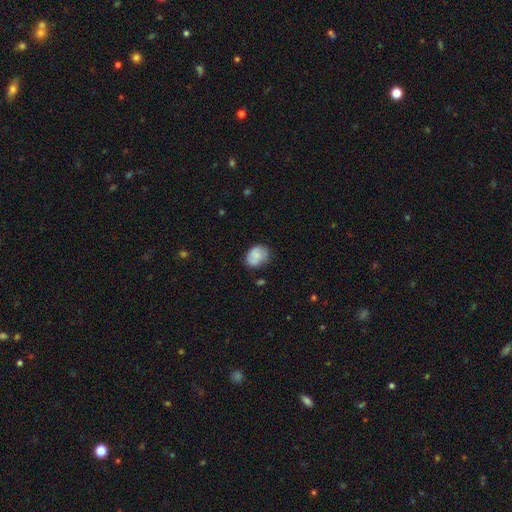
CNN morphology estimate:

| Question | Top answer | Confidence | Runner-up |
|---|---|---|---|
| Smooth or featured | smooth | 75% | featured or disk (17%) |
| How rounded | in between | 64% | round (35%) |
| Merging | none | 63% | minor disturbance (25%) |